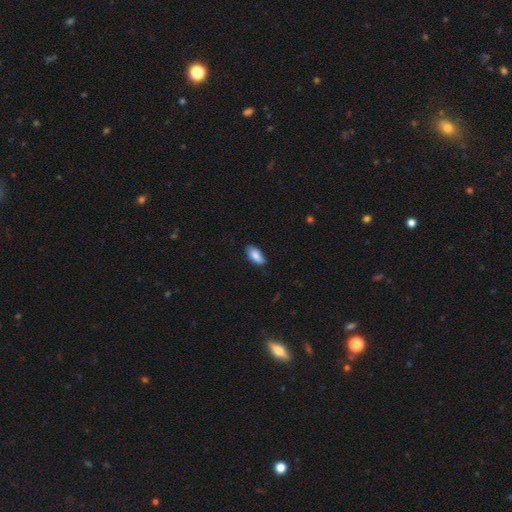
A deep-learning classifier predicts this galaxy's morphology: Q: Smooth or featured?
A: smooth (86%); runner-up: featured or disk (8%)
Q: How rounded?
A: in between (90%); runner-up: cigar-shaped (8%)
Q: Merging?
A: none (78%); runner-up: minor disturbance (18%)